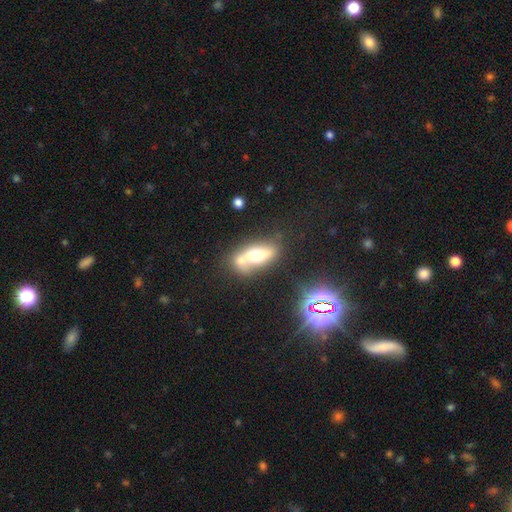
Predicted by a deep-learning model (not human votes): smooth 54%, featured or disk 36%, star or artifact 10%. Down the decision tree: how rounded — in between (74%); merging — none (40%).